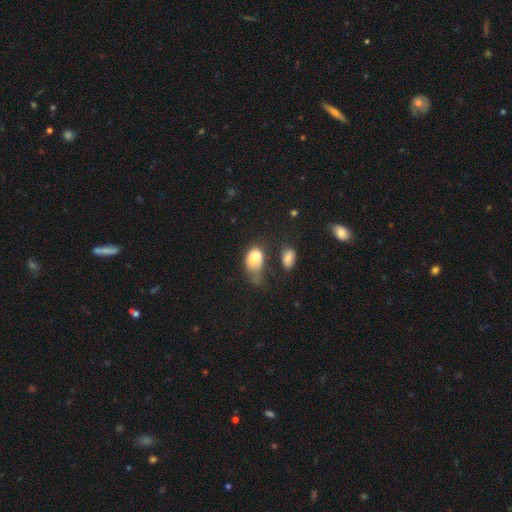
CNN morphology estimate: Smooth or featured? Predicted: smooth (p=0.66). How rounded? Predicted: in between (p=0.77). Merging? Predicted: merger (p=0.31).